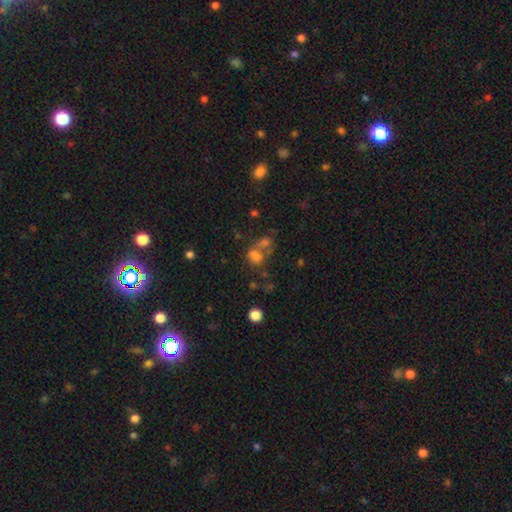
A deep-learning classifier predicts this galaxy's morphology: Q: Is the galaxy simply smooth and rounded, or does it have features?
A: smooth — 64%.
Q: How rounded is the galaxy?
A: in between — 54%.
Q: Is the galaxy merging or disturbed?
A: merger — 48%.